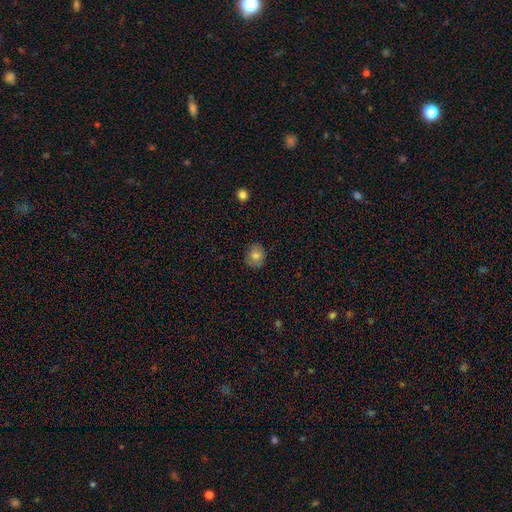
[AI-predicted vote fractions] Morphology: type=smooth (80%); roundness=round (63%); merging=none (82%).